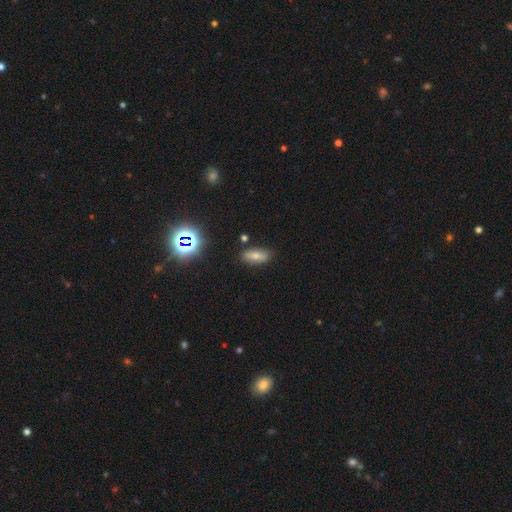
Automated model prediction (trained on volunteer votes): smooth_or_featured: smooth (p=0.64) [alt: featured or disk p=0.21]
how_rounded: in between (p=0.74) [alt: cigar-shaped p=0.20]
merging: none (p=0.83) [alt: minor disturbance p=0.11]